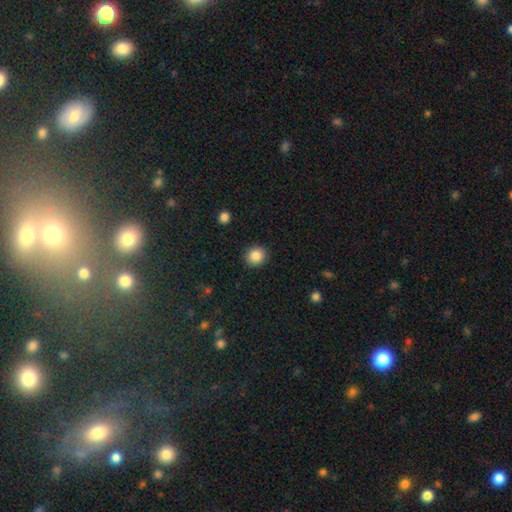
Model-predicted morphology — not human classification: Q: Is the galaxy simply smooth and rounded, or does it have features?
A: smooth — 86%.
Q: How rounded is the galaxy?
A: round — 85%.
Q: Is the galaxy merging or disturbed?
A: none — 91%.